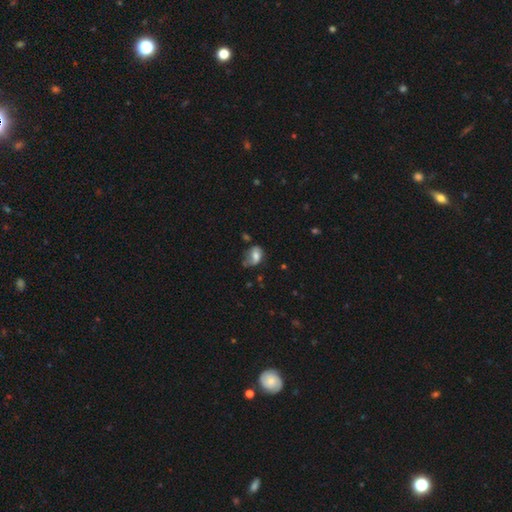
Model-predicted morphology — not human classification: The model was most divided on "merging": none: 38%, minor disturbance: 35%, major disturbance: 22%, merger: 5%. More confident: how rounded — in between (76%); smooth or featured — smooth (57%).